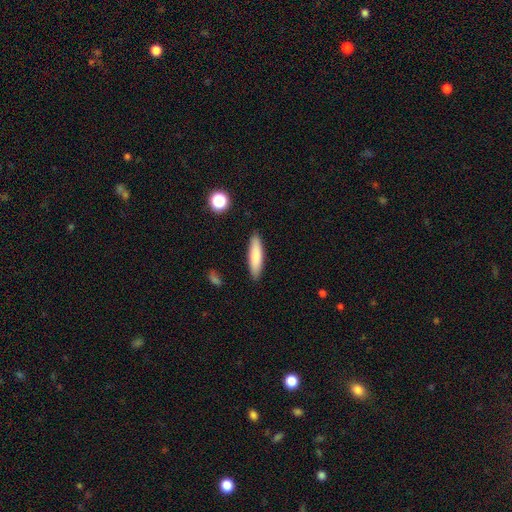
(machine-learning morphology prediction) Smooth or featured? smooth (81%)
How rounded? cigar-shaped (71%)
Merging? none (88%)